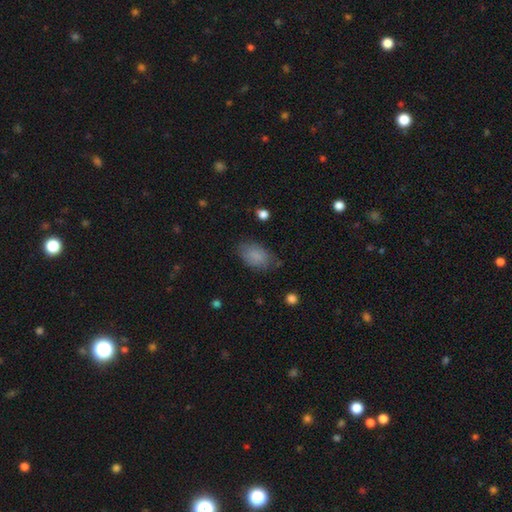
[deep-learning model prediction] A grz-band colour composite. It shows a smooth galaxy with no disk features (84%) that is in between round and cigar-shaped (90%). Merging: none (74%).